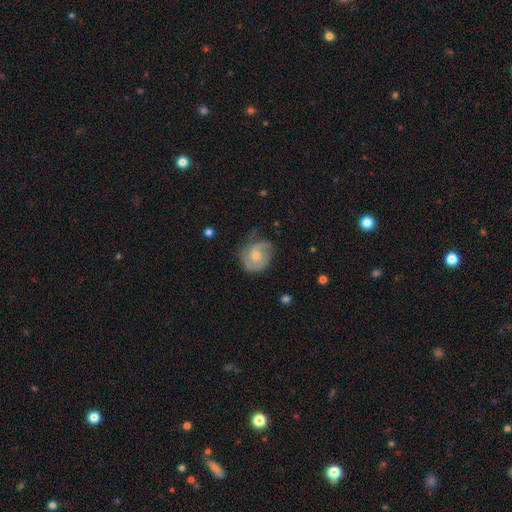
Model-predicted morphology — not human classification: Smooth or featured? Predicted: featured or disk (p=0.65). Edge-on disk? Predicted: no (p=0.97). Bar? Predicted: no (p=0.72). Spiral arms? Predicted: yes (p=0.89). Spiral winding? Predicted: medium (p=0.43). Spiral arm count? Predicted: 2 (p=0.58). Bulge size? Predicted: small (p=0.50). Merging? Predicted: none (p=0.56).